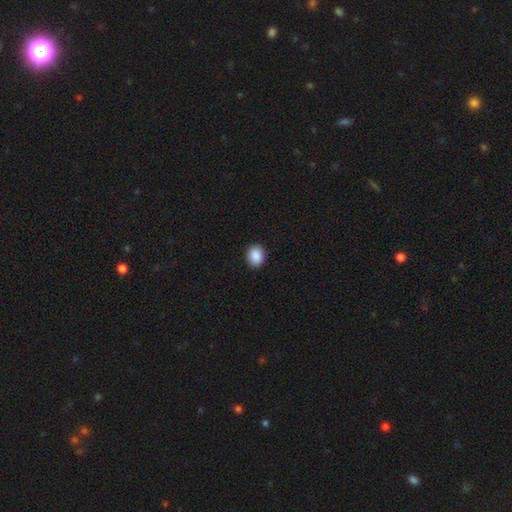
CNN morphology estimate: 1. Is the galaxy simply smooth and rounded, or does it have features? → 89% smooth, 8% star or artifact, 3% featured or disk.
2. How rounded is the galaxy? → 57% round, 42% in between, 1% cigar-shaped.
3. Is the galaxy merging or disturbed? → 91% none, 7% minor disturbance, 2% major disturbance, 1% merger.